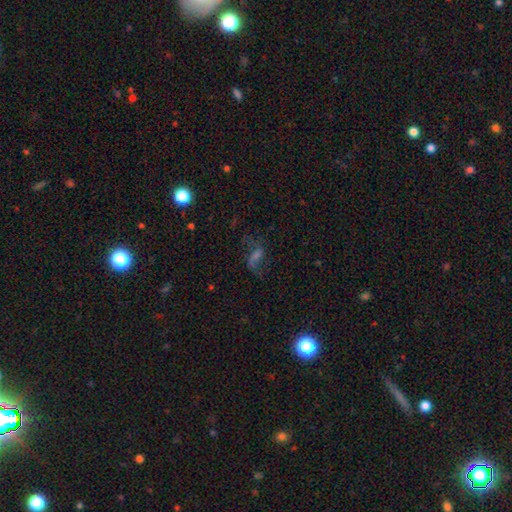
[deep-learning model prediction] smooth-or-featured: featured or disk: 55% | star or artifact: 23% | smooth: 22%
  disk-edge-on: no: 94% | yes: 6%
    bar: weak: 42% | no: 30% | strong: 28%
    has-spiral-arms: yes: 82% | no: 18%
    bulge-size: none: 43% | small: 30% | moderate: 19% | large: 6% | dominant: 2%
  merging: none: 60% | major disturbance: 21% | minor disturbance: 16% | merger: 4%